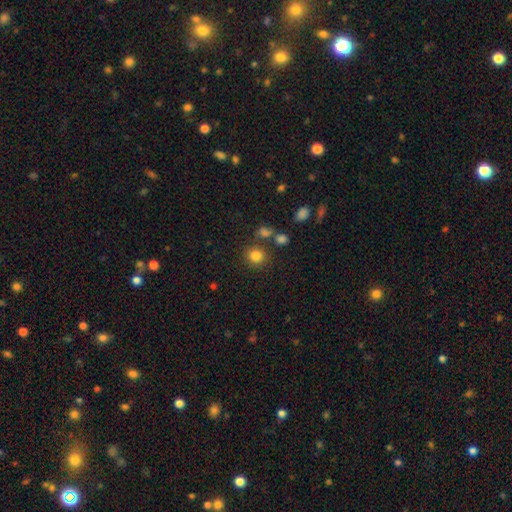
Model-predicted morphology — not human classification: smooth-or-featured: smooth: 81% | star or artifact: 13% | featured or disk: 6%
  how-rounded: round: 87% | in between: 12% | cigar-shaped: 1%
  merging: none: 78% | minor disturbance: 9% | merger: 9% | major disturbance: 4%